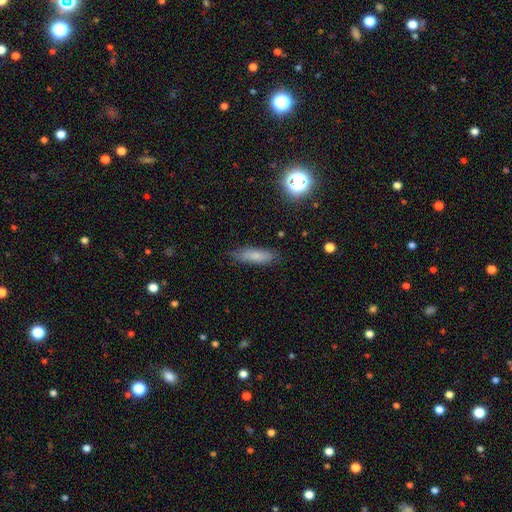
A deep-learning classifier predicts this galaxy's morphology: type=smooth (77%); roundness=cigar-shaped (54%); merging=none (79%).